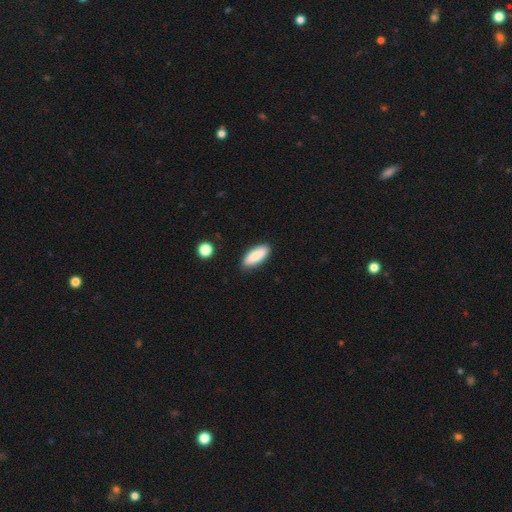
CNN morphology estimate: Smooth or featured? smooth (86%)
How rounded? in between (75%)
Merging? none (87%)